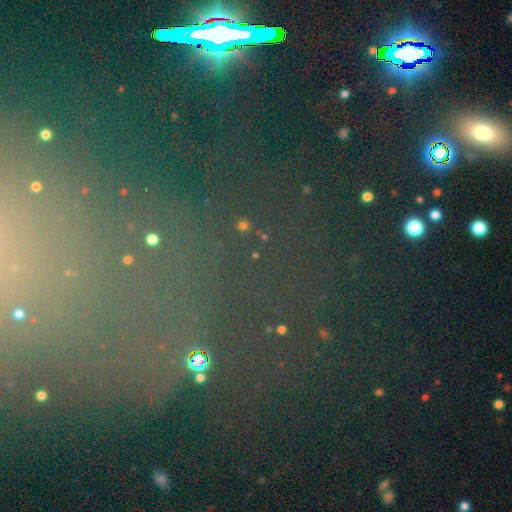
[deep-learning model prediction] A star or artifact, not a galaxy (67%).